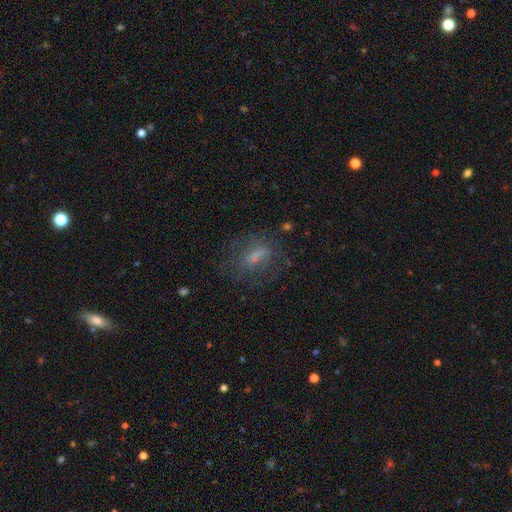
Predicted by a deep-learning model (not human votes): This appears to be a smooth galaxy with no disk features (46%). Merging: none (59%).